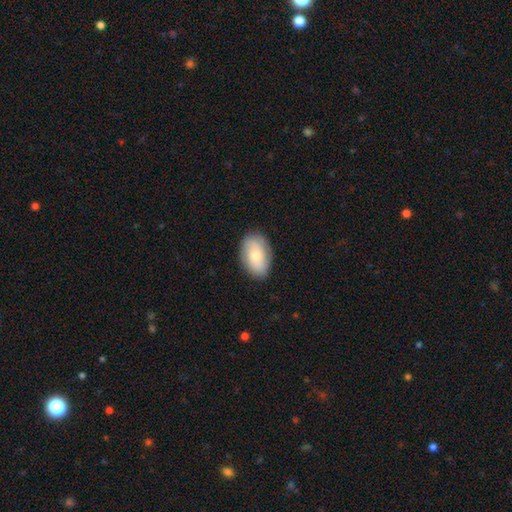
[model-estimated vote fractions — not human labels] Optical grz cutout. It shows a smooth galaxy with no disk features (68%) that is in between round and cigar-shaped (90%). Merging: none (84%).